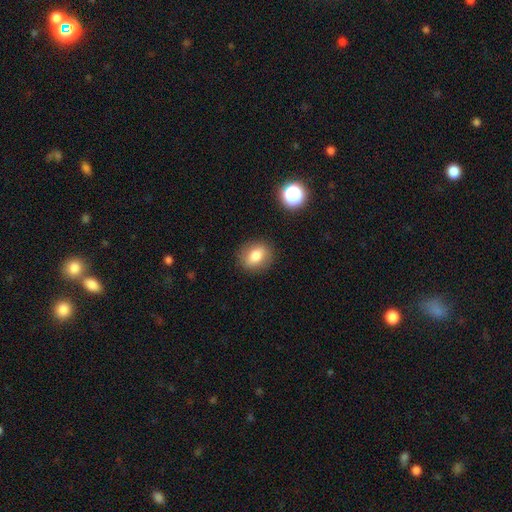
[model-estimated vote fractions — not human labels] smooth_or_featured: smooth (p=0.76) [alt: featured or disk p=0.14]
how_rounded: round (p=0.50) [alt: in between p=0.48]
merging: none (p=0.86) [alt: minor disturbance p=0.09]